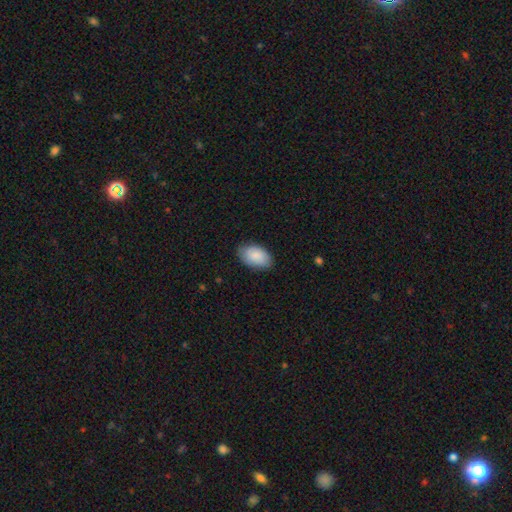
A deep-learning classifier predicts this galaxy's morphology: Smooth or featured? smooth (87%)
How rounded? in between (93%)
Merging? none (83%)